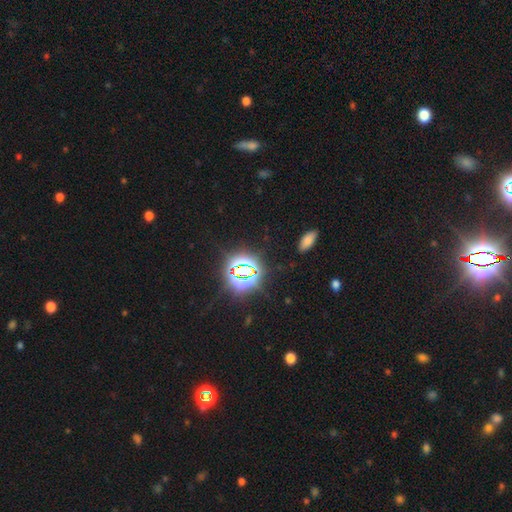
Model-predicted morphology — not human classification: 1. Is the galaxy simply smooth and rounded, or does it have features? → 78% star or artifact, 14% smooth, 8% featured or disk.